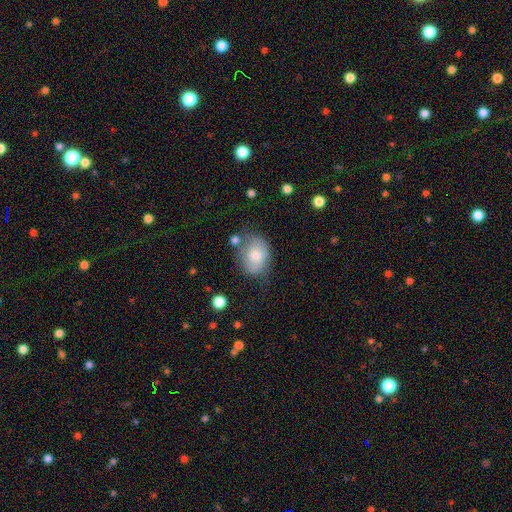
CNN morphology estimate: This is likely a smooth galaxy (69%). How rounded: likely in between (66%). Merging: possibly none (50%).